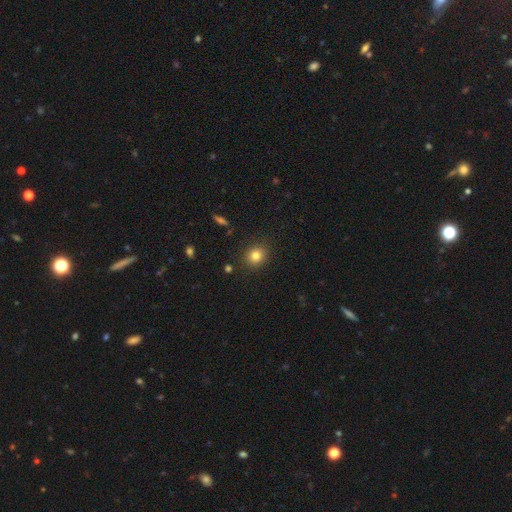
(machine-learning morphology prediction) A smooth galaxy with no disk features (81%) that is round (78%). Merging: none (89%).